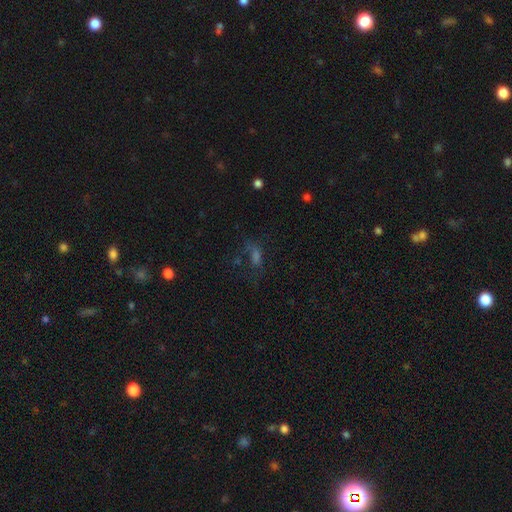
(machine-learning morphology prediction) smooth_or_featured: smooth (p=0.41) [alt: star or artifact p=0.37]
merging: none (p=0.46) [alt: major disturbance p=0.29]